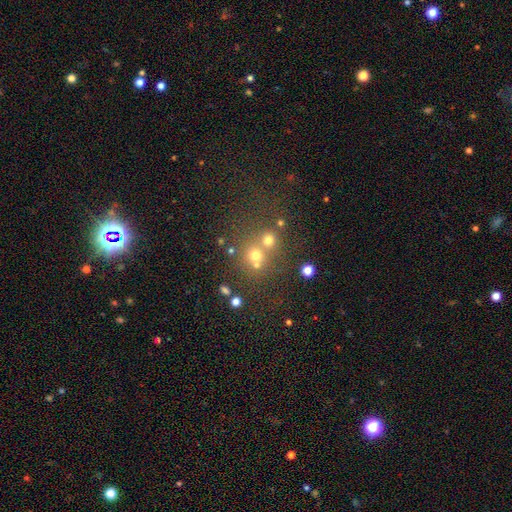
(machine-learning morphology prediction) Smooth or featured? smooth (61%)
How rounded? round (86%)
Merging? none (51%)